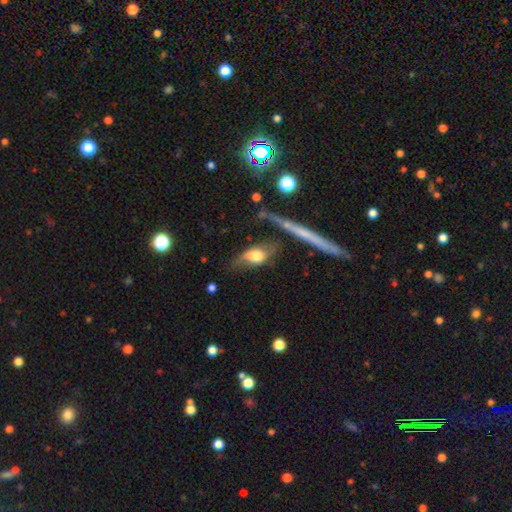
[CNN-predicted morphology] smooth_or_featured: featured or disk (p=0.48) [alt: smooth p=0.45]
merging: none (p=0.46) [alt: minor disturbance p=0.27]